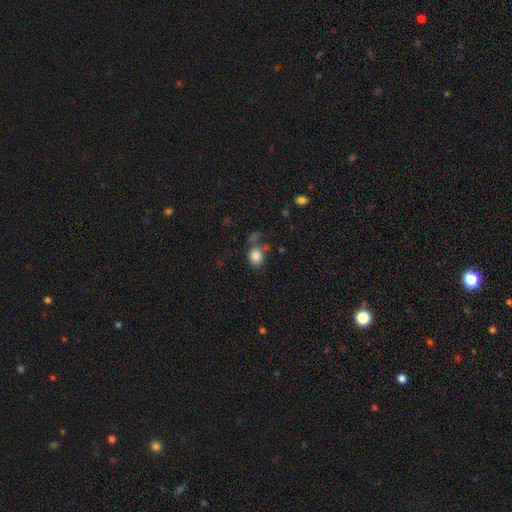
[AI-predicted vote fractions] smooth_or_featured: smooth (p=0.83) [alt: star or artifact p=0.10]
how_rounded: round (p=0.52) [alt: in between p=0.47]
merging: none (p=0.57) [alt: minor disturbance p=0.20]